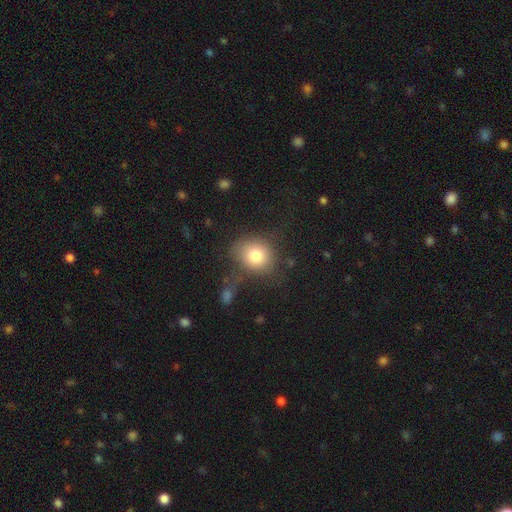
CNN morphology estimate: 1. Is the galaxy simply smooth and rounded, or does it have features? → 78% smooth, 11% featured or disk, 10% star or artifact.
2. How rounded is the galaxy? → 67% round, 32% in between, 1% cigar-shaped.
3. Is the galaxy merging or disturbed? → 62% none, 20% minor disturbance, 13% major disturbance, 5% merger.